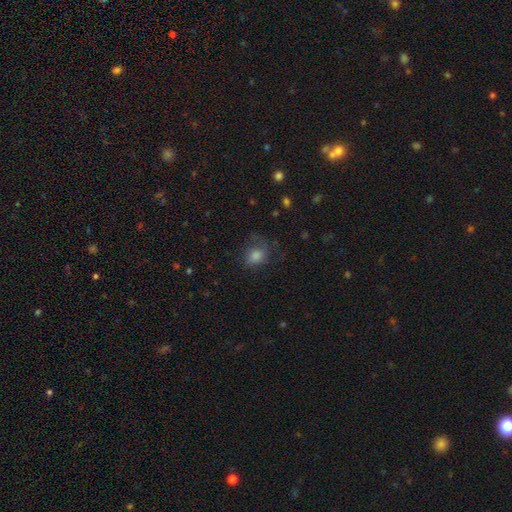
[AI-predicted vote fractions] Q: Smooth or featured?
A: smooth (76%); runner-up: star or artifact (13%)
Q: How rounded?
A: round (58%); runner-up: in between (41%)
Q: Merging?
A: none (55%); runner-up: minor disturbance (25%)